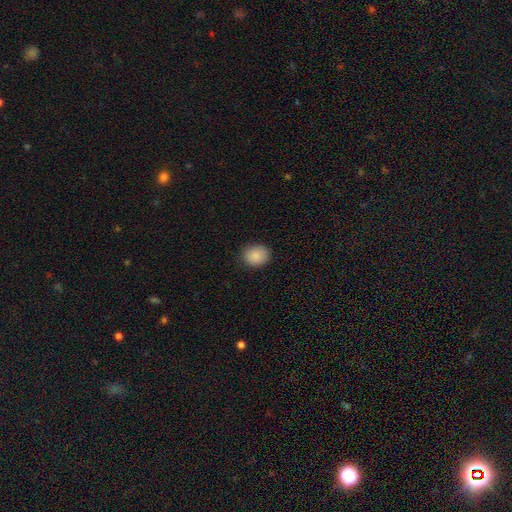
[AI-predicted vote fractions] Q: Smooth or featured?
A: smooth (88%); runner-up: star or artifact (8%)
Q: How rounded?
A: round (62%); runner-up: in between (37%)
Q: Merging?
A: none (87%); runner-up: minor disturbance (10%)